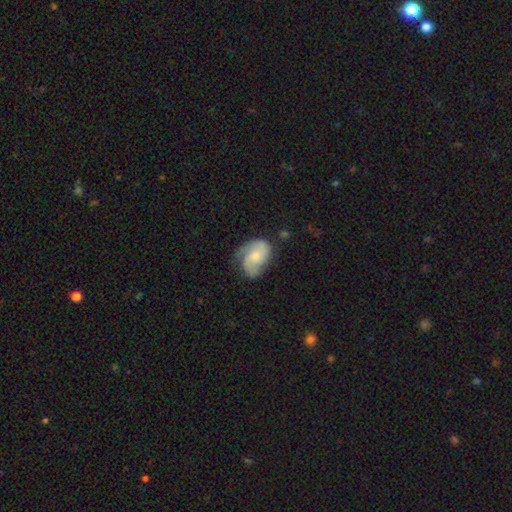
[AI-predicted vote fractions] This is likely a featured or disk galaxy (62%). It is clearly not viewed edge-on (97%). Bar: likely no (69%). Spiral arm pattern: clearly yes (90%). Spiral arm count: likely 2 (72%). Spiral winding: marginally medium (45%). Central bulge: marginally small (44%). Merging: possibly none (56%).